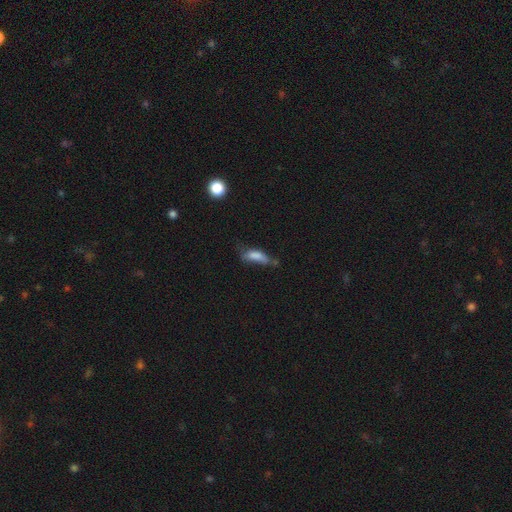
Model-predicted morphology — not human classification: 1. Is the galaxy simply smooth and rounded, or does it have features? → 71% smooth, 18% featured or disk, 10% star or artifact.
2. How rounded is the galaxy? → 64% in between, 33% cigar-shaped, 3% round.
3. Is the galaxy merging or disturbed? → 33% minor disturbance, 30% none, 26% major disturbance, 11% merger.